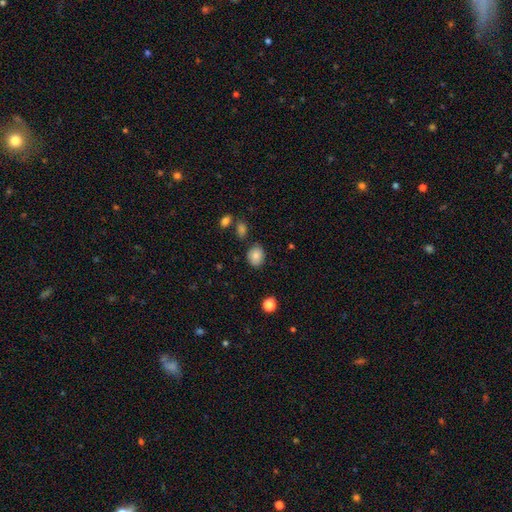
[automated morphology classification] Smooth or featured? smooth (83%)
How rounded? round (57%)
Merging? none (80%)